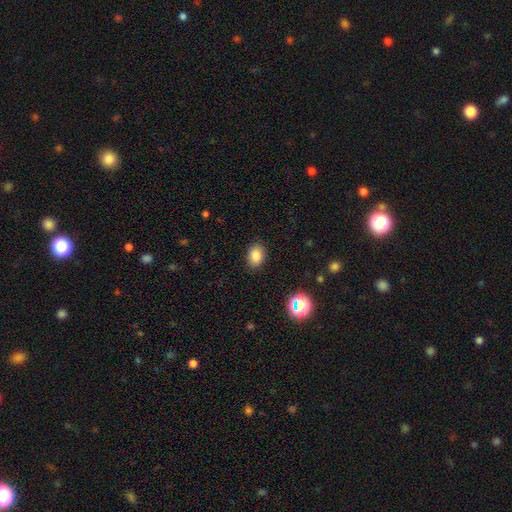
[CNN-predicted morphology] smooth_or_featured: smooth (p=0.83) [alt: star or artifact p=0.11]
how_rounded: in between (p=0.72) [alt: round p=0.27]
merging: none (p=0.87) [alt: minor disturbance p=0.09]